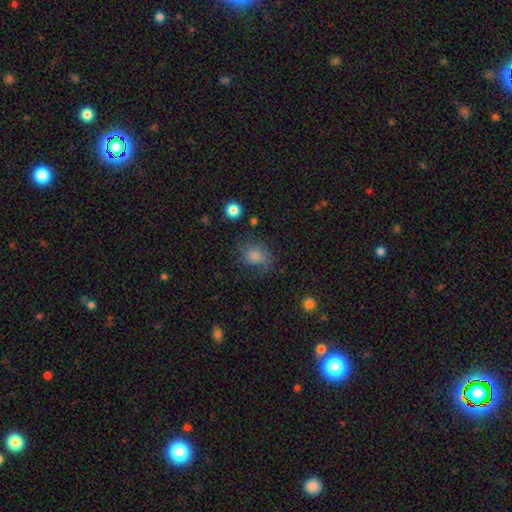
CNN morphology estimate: Q: Smooth or featured?
A: smooth (72%); runner-up: featured or disk (15%)
Q: How rounded?
A: in between (53%); runner-up: round (45%)
Q: Merging?
A: none (59%); runner-up: minor disturbance (25%)